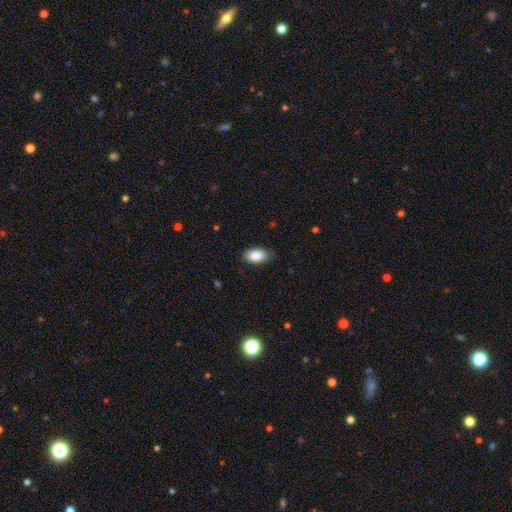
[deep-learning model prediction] Smooth or featured: smooth — 87% (star or artifact — 7%)
How rounded: in between — 93% (round — 6%)
Merging: none — 81% (minor disturbance — 15%)